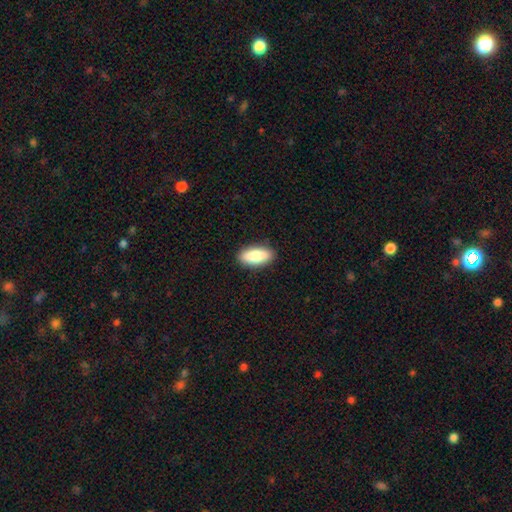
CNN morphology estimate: This appears to be a smooth galaxy with no disk features (83%) that is in between round and cigar-shaped (86%). Merging: none (89%).